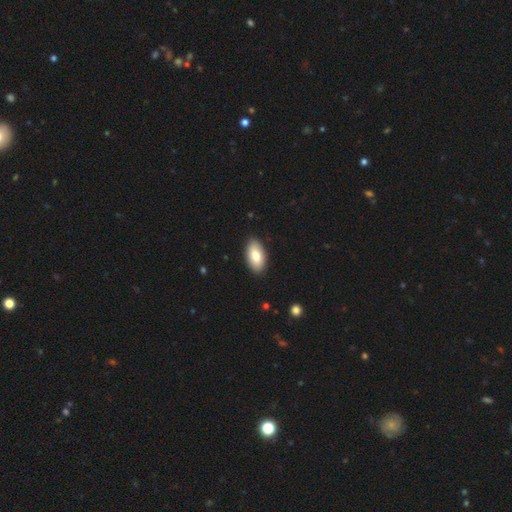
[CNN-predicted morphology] Smooth or featured?
  - smooth: 82% *
  - featured or disk: 12%
  - star or artifact: 6%
How rounded?
  - in between: 95% *
  - cigar-shaped: 3%
  - round: 3%
Merging?
  - none: 89% *
  - minor disturbance: 9%
  - major disturbance: 2%
  - merger: 1%